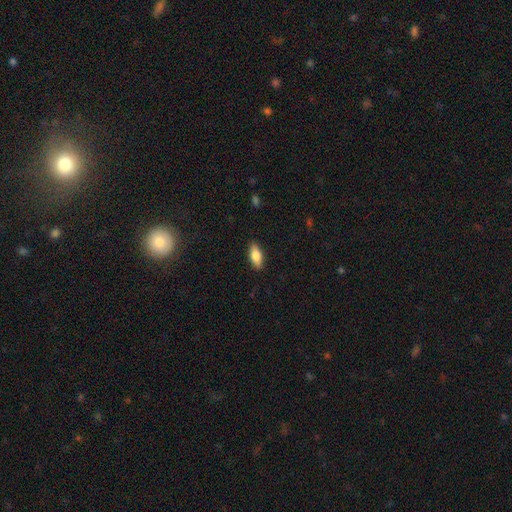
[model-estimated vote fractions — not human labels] Morphology: type=smooth (75%); roundness=in between (78%); merging=none (88%).